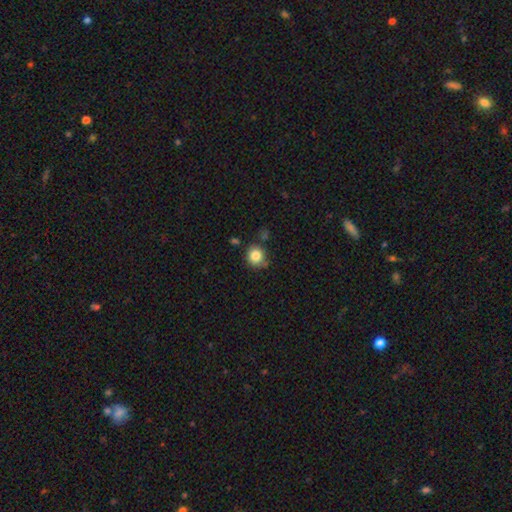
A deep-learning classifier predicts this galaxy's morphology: type=smooth (84%); roundness=round (85%); merging=none (74%).